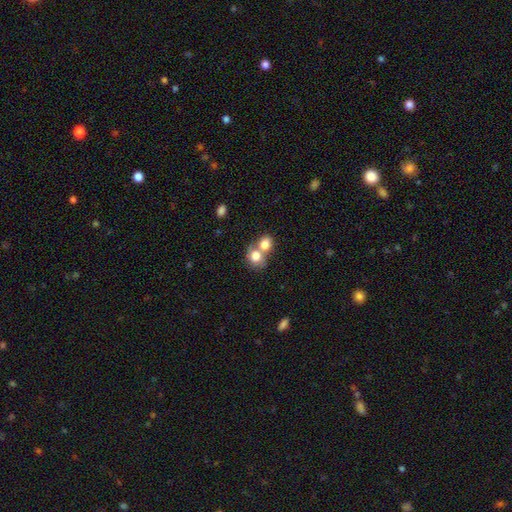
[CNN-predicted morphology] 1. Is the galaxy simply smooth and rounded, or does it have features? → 77% smooth, 14% featured or disk, 9% star or artifact.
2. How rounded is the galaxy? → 67% round, 32% in between, 1% cigar-shaped.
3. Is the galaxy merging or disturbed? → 63% merger, 27% none, 6% minor disturbance, 3% major disturbance.